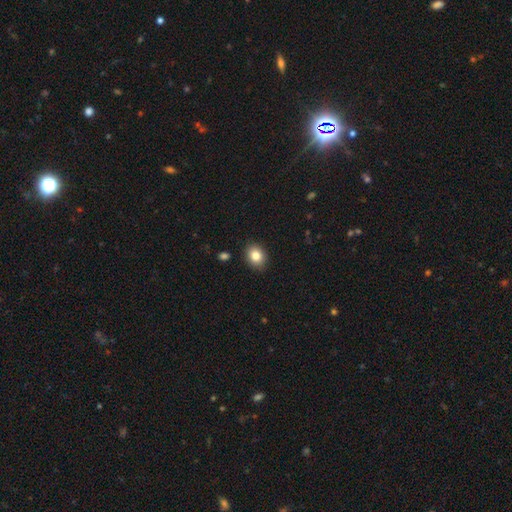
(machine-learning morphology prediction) Q: Smooth or featured?
A: smooth (83%); runner-up: star or artifact (9%)
Q: How rounded?
A: in between (51%); runner-up: round (48%)
Q: Merging?
A: none (89%); runner-up: minor disturbance (8%)